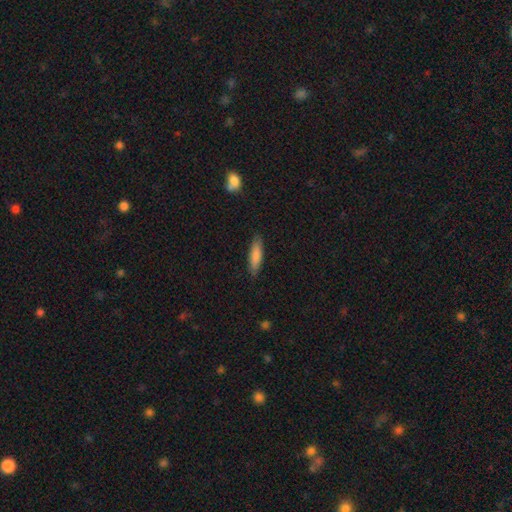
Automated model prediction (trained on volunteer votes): A smooth galaxy with no disk features (83%) that is cigar-shaped (68%).

Vote fractions:
- Smooth or featured? smooth: 83% / featured or disk: 12% / star or artifact: 6%
- How rounded? cigar-shaped: 68% / in between: 30% / round: 2%
- Merging? none: 88% / minor disturbance: 9% / major disturbance: 2% / merger: 1%